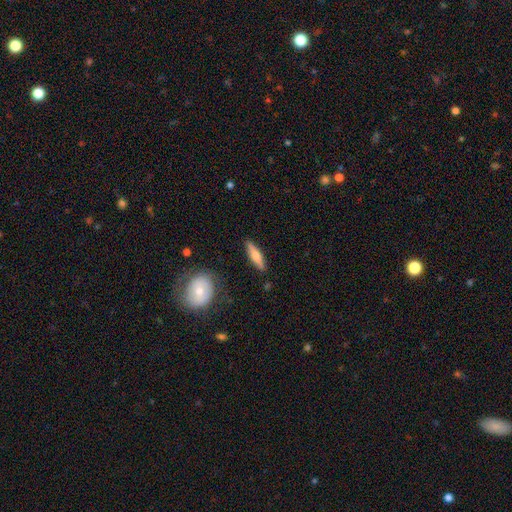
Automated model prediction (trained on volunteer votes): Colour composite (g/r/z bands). It shows a smooth galaxy with no disk features (57%) that is cigar-shaped (75%). Merging: none (87%).